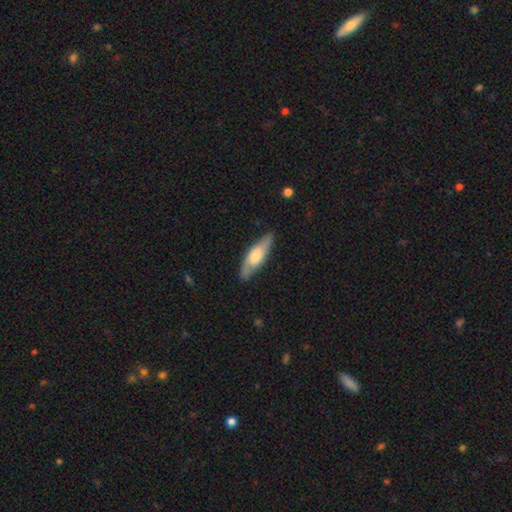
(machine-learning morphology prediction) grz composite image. It shows a smooth galaxy with no disk features (50%) that is cigar-shaped (50%). Merging: none (84%).